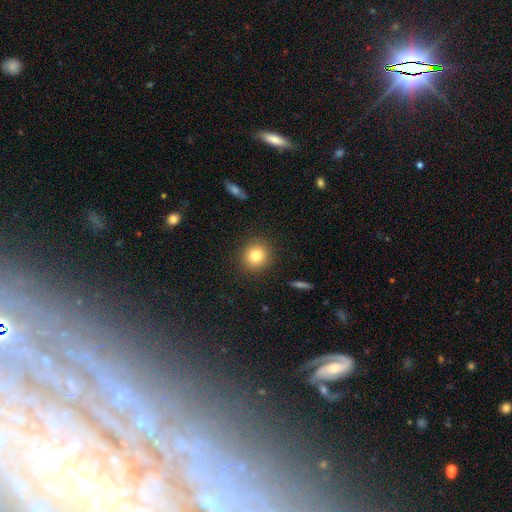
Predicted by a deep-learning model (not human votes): Overall: smooth (81%). How rounded: round (88%). Merging: none (90%).